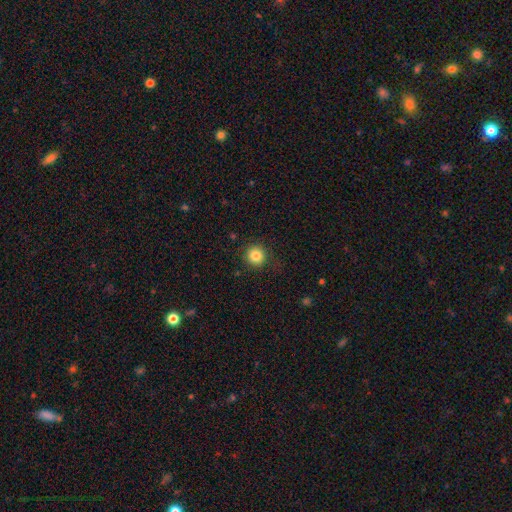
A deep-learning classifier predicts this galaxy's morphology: Q: Smooth or featured?
A: smooth (84%); runner-up: star or artifact (11%)
Q: How rounded?
A: round (93%); runner-up: in between (6%)
Q: Merging?
A: none (86%); runner-up: minor disturbance (9%)